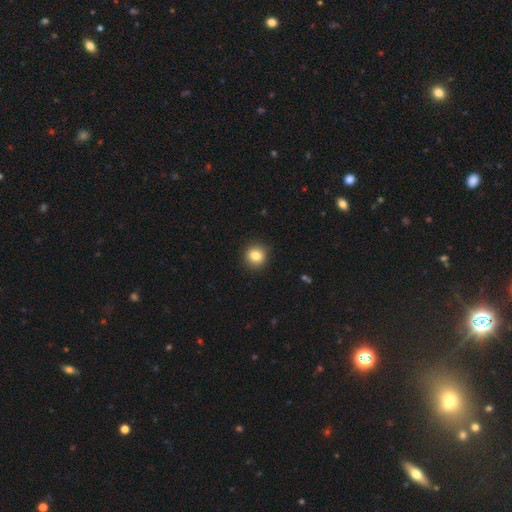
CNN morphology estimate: type=smooth (83%); roundness=round (86%); merging=none (90%).